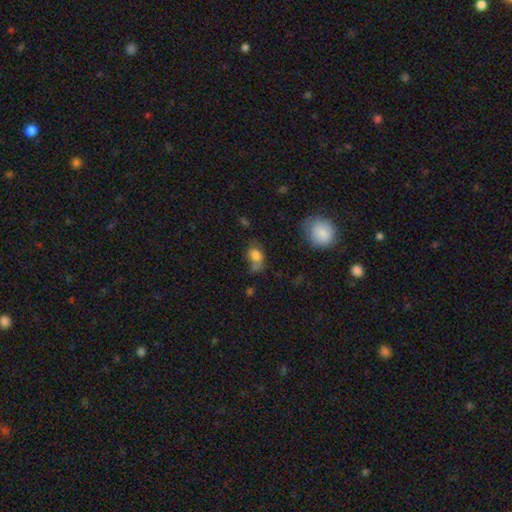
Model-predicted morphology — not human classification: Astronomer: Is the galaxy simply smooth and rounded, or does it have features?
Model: smooth — 75%.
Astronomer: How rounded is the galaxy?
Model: in between — 72%.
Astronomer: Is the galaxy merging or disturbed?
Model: none — 38% (runner-up: minor disturbance, 25%).